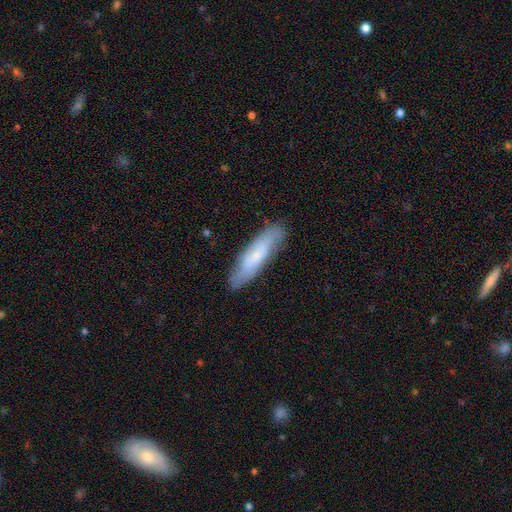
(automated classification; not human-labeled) Q: Smooth or featured?
A: smooth (49%); runner-up: featured or disk (44%)
Q: Merging?
A: none (82%); runner-up: minor disturbance (14%)